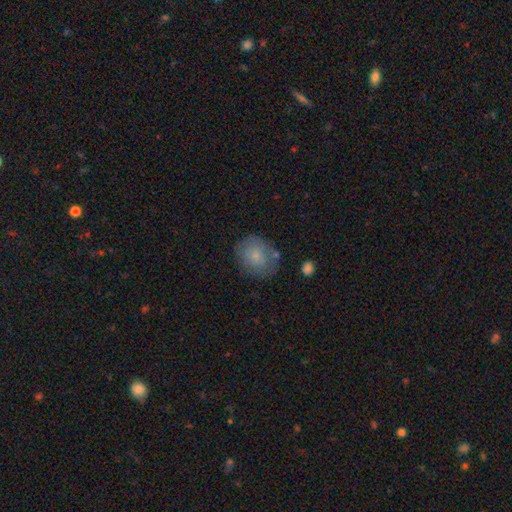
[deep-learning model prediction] This is likely a smooth galaxy (76%). How rounded: likely round (64%). Merging: likely none (67%).